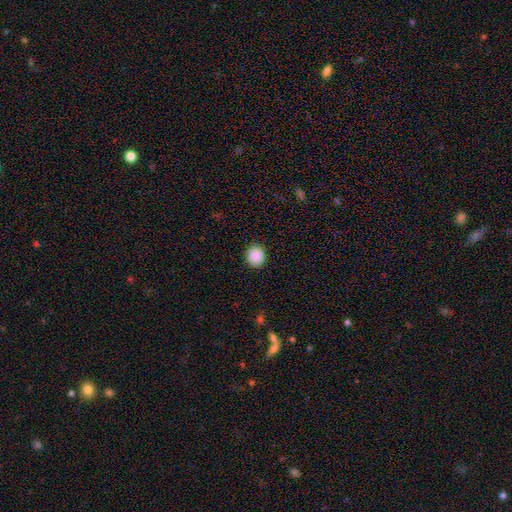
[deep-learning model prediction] Smooth or featured: smooth — 89% (star or artifact — 8%)
How rounded: round — 87% (in between — 12%)
Merging: none — 91% (minor disturbance — 6%)